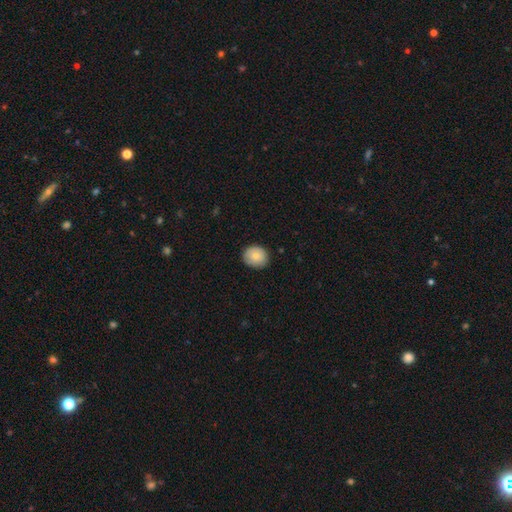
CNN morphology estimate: A smooth galaxy with no disk features (81%) that is round (72%). Merging: none (85%).